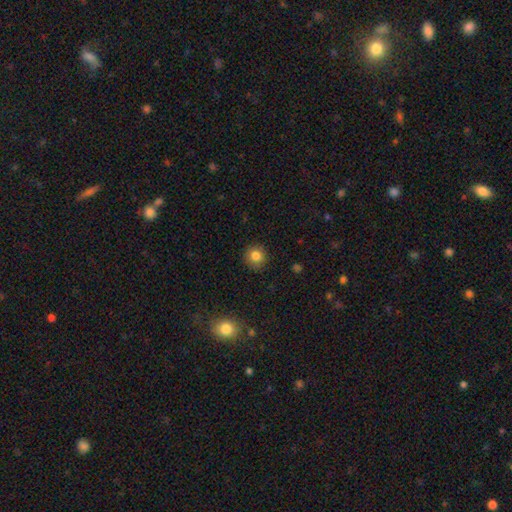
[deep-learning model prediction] Smooth or featured: smooth — 83% (star or artifact — 11%)
How rounded: round — 91% (in between — 8%)
Merging: none — 90% (minor disturbance — 7%)